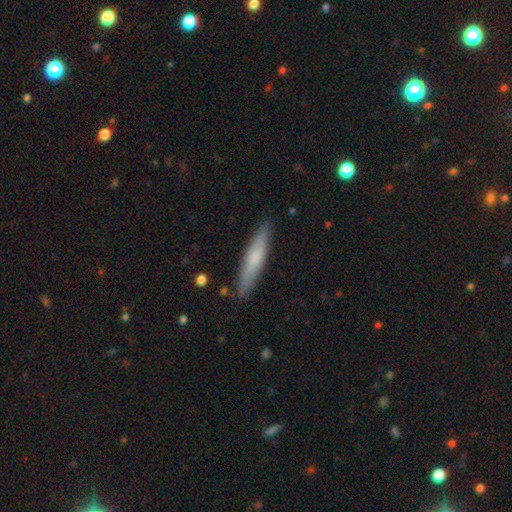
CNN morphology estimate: smooth 67%, featured or disk 27%, star or artifact 5%. Down the decision tree: how rounded — cigar-shaped (88%); merging — none (87%).